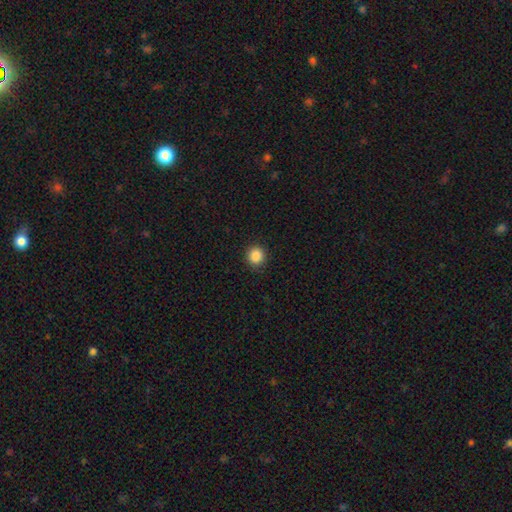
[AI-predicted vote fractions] Smooth or featured? Predicted: smooth (p=0.87). How rounded? Predicted: round (p=0.93). Merging? Predicted: none (p=0.92).